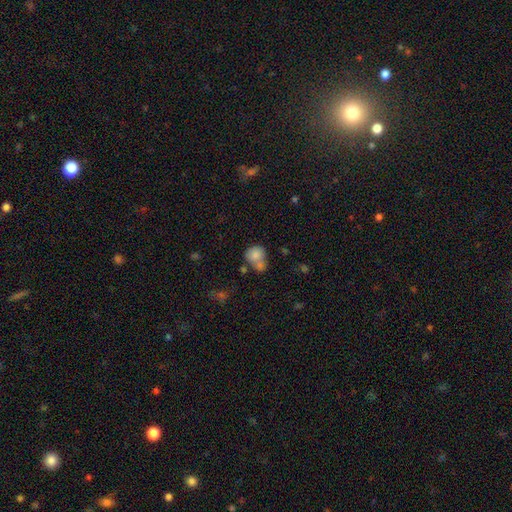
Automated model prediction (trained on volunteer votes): Smooth or featured? smooth (80%)
How rounded? round (68%)
Merging? merger (45%)